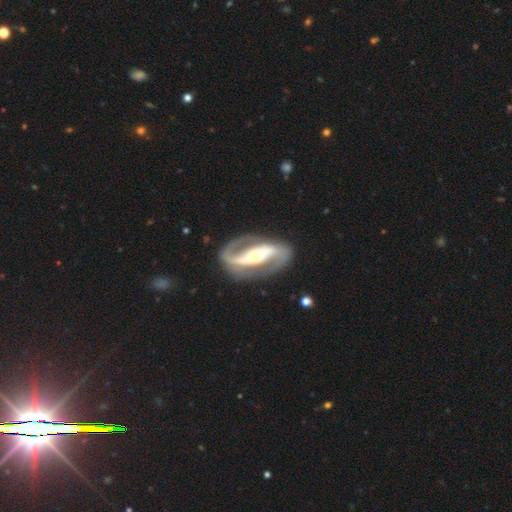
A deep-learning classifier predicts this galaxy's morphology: Q: Smooth or featured?
A: featured or disk (90%); runner-up: smooth (6%)
Q: Edge-on disk?
A: no (95%); runner-up: yes (5%)
Q: Bar?
A: strong (65%); runner-up: weak (19%)
Q: Spiral arms?
A: yes (94%); runner-up: no (6%)
Q: Spiral winding?
A: medium (51%); runner-up: loose (27%)
Q: Spiral arm count?
A: 2 (93%); runner-up: can't tell (2%)
Q: Bulge size?
A: moderate (62%); runner-up: small (26%)
Q: Merging?
A: none (84%); runner-up: minor disturbance (10%)